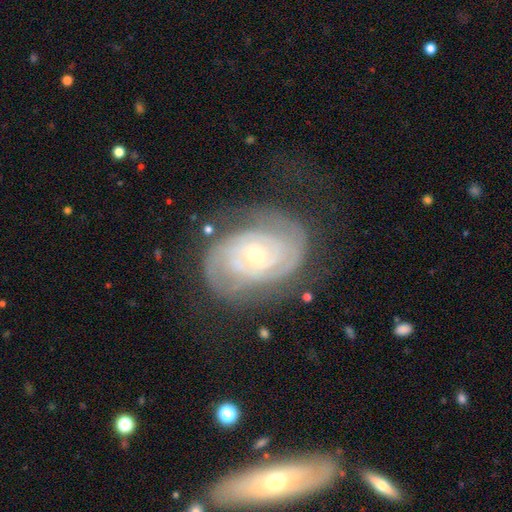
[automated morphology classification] smooth-or-featured: featured or disk: 86% | smooth: 8% | star or artifact: 6%
  disk-edge-on: no: 97% | yes: 3%
    bar: no: 72% | weak: 21% | strong: 7%
    has-spiral-arms: yes: 94% | no: 6%
      spiral-winding: tight: 70% | medium: 23% | loose: 6%
      spiral-arm-count: 2: 54% | can't tell: 24% | 3: 11% | 4: 4% | 1: 4% | more than 4: 4%
    bulge-size: small: 70% | moderate: 27% | large: 1% | dominant: 1% | none: 1%
  merging: none: 63% | minor disturbance: 19% | major disturbance: 15% | merger: 2%